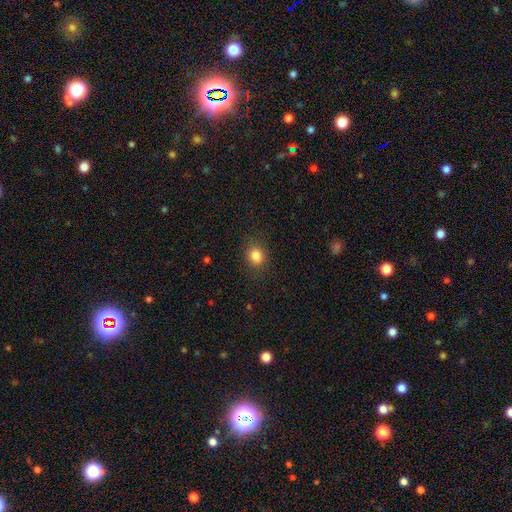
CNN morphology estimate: smooth_or_featured: smooth (p=0.83) [alt: star or artifact p=0.12]
how_rounded: round (p=0.73) [alt: in between p=0.26]
merging: none (p=0.86) [alt: minor disturbance p=0.10]